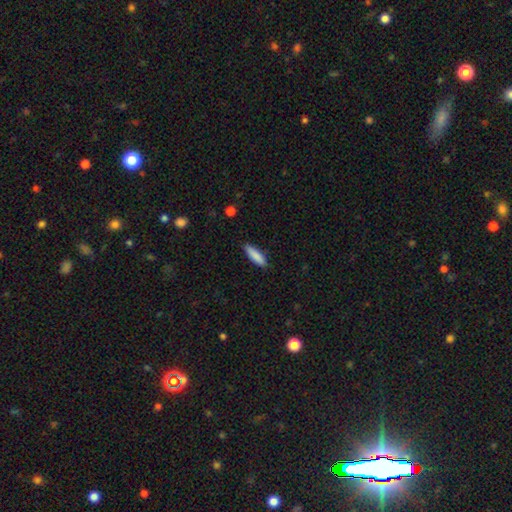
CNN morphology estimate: smooth-or-featured: smooth: 87% | featured or disk: 7% | star or artifact: 6%
  how-rounded: cigar-shaped: 65% | in between: 34% | round: 1%
  merging: none: 86% | minor disturbance: 11% | major disturbance: 2% | merger: 1%